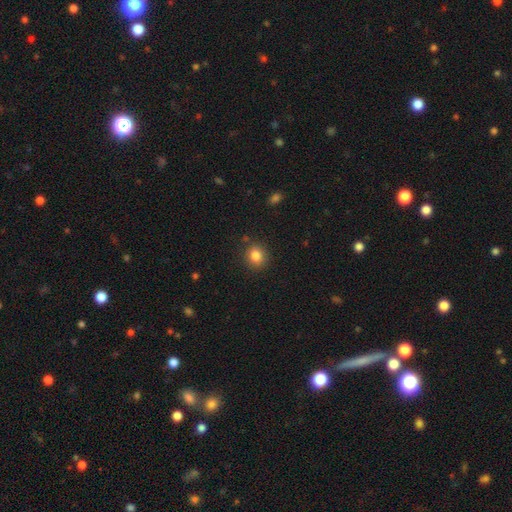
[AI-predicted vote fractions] Morphology: type=smooth (84%); roundness=round (74%); merging=none (87%).